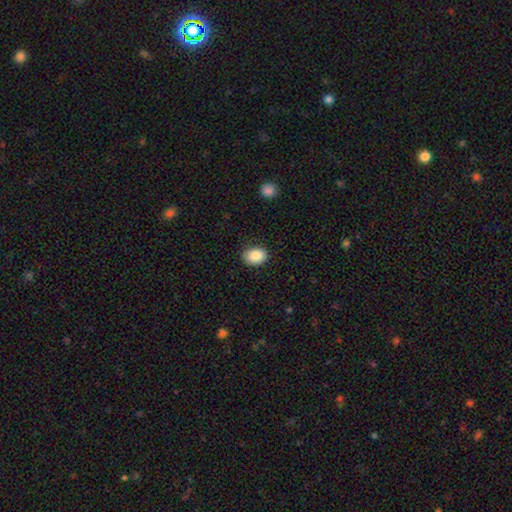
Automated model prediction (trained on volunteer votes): Morphology: type=smooth (89%); roundness=in between (71%); merging=none (85%).